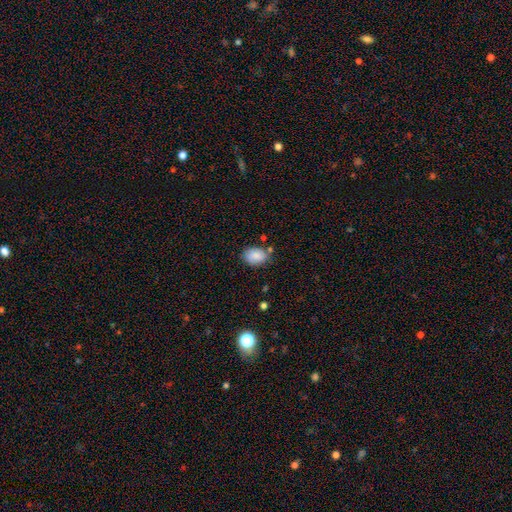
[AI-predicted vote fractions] smooth_or_featured: smooth (p=0.84) [alt: featured or disk p=0.09]
how_rounded: in between (p=0.76) [alt: round p=0.23]
merging: none (p=0.70) [alt: minor disturbance p=0.20]